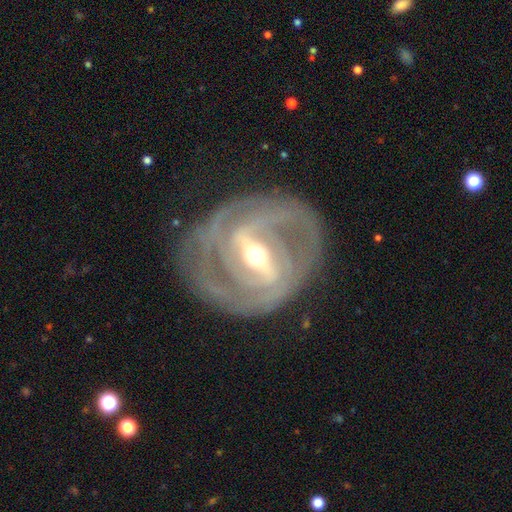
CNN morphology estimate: Smooth or featured? featured or disk (90%)
Edge-on disk? no (95%)
Bar? strong (69%)
Spiral arms? yes (95%)
Spiral winding? tight (65%)
Spiral arm count? 2 (38%)
Bulge size? moderate (55%)
Merging? none (79%)